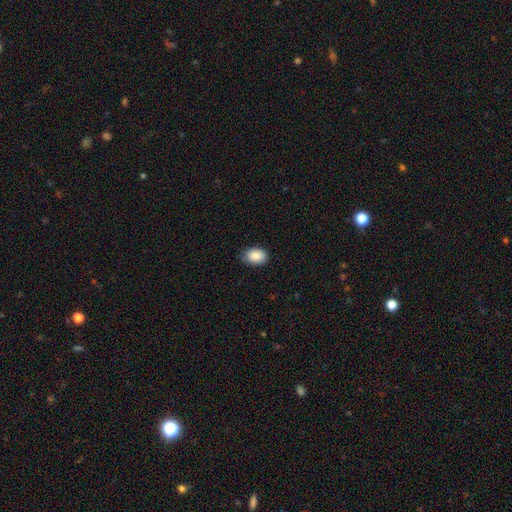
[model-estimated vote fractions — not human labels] This is clearly a smooth galaxy (89%). How rounded: clearly in between (82%). Merging: likely none (80%).